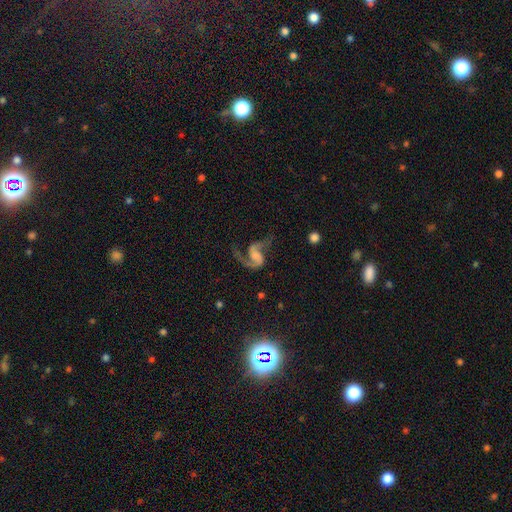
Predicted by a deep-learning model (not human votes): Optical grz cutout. It shows a featured or disk galaxy (86%) with no bar (43%), 2 (88%) loose (60%) spiral arms (96%) and no central bulge (40%). Merging: none (54%).